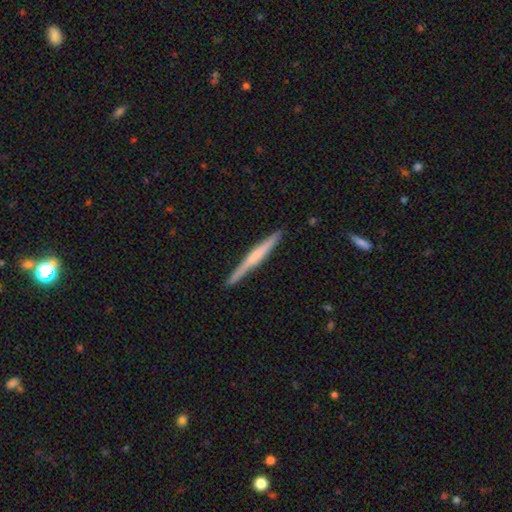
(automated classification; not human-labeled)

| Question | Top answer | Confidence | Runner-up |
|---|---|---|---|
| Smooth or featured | featured or disk | 57% | smooth (38%) |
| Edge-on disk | yes | 98% | no (2%) |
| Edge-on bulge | none | 46% | rounded (36%) |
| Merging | none | 90% | minor disturbance (8%) |